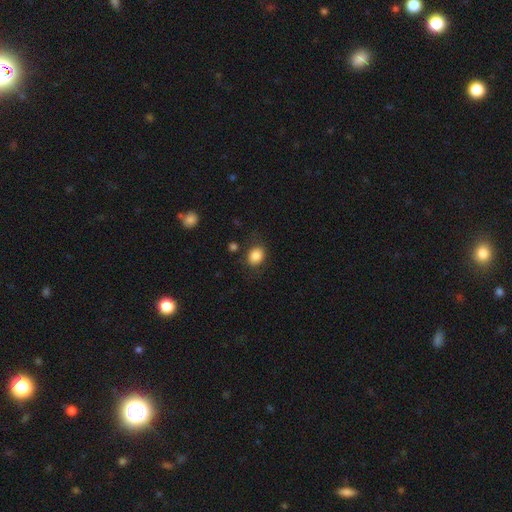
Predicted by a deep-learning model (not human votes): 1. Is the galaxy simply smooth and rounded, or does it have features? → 85% smooth, 9% star or artifact, 6% featured or disk.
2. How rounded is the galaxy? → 52% round, 47% in between, 1% cigar-shaped.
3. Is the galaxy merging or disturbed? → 77% none, 15% minor disturbance, 6% major disturbance, 3% merger.